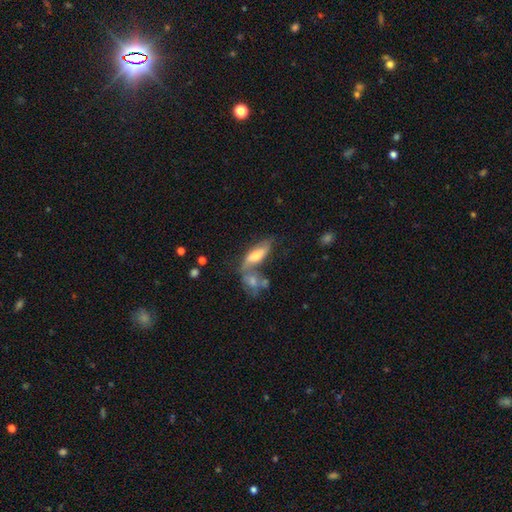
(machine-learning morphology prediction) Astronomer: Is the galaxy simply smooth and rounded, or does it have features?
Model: smooth — 57% (runner-up: featured or disk, 34%).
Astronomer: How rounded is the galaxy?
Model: in between — 63%.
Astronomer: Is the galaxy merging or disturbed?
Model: merger — 41% (runner-up: none, 32%).